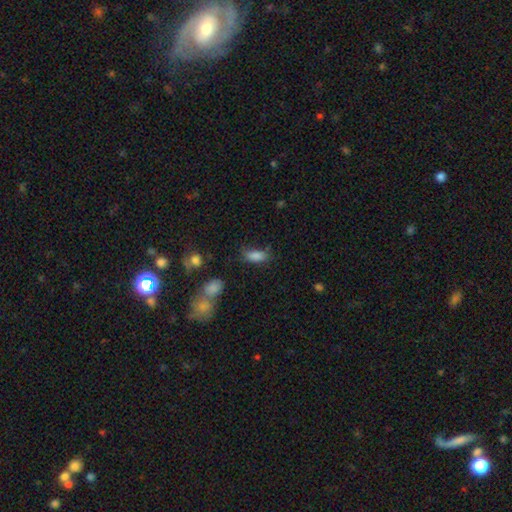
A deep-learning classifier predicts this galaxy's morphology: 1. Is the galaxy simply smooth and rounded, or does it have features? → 84% smooth, 9% star or artifact, 6% featured or disk.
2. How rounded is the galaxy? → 85% in between, 11% cigar-shaped, 4% round.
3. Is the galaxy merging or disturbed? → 62% none, 25% minor disturbance, 8% major disturbance, 5% merger.